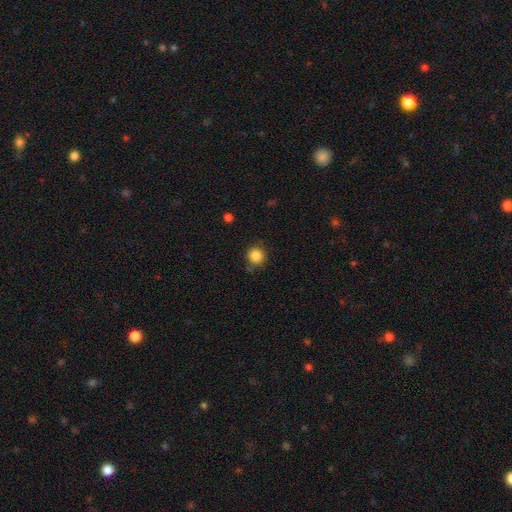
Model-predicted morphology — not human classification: type=smooth (85%); roundness=round (93%); merging=none (84%).